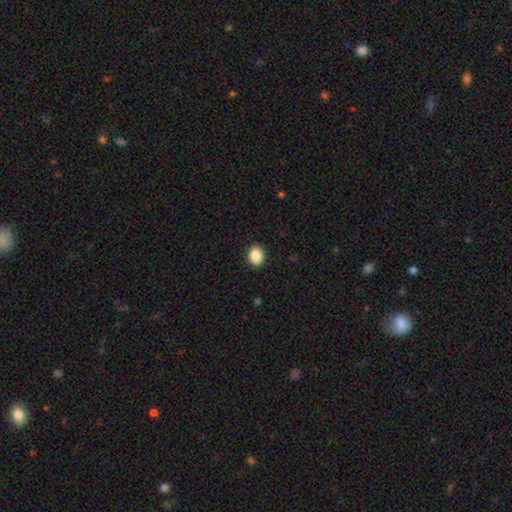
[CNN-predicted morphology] smooth_or_featured: smooth (p=0.88) [alt: star or artifact p=0.08]
how_rounded: in between (p=0.55) [alt: round p=0.44]
merging: none (p=0.91) [alt: minor disturbance p=0.06]